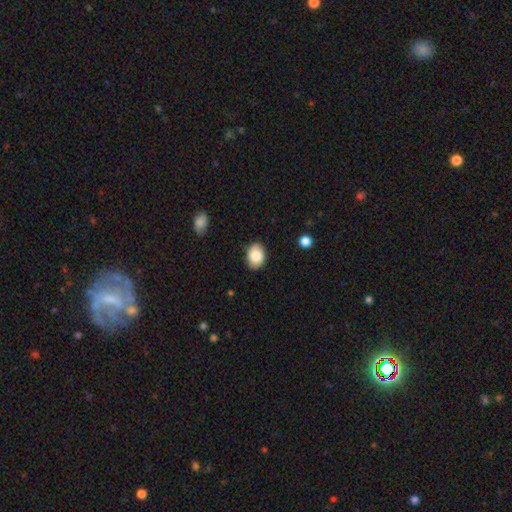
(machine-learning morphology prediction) Smooth or featured? smooth (87%)
How rounded? in between (73%)
Merging? none (82%)